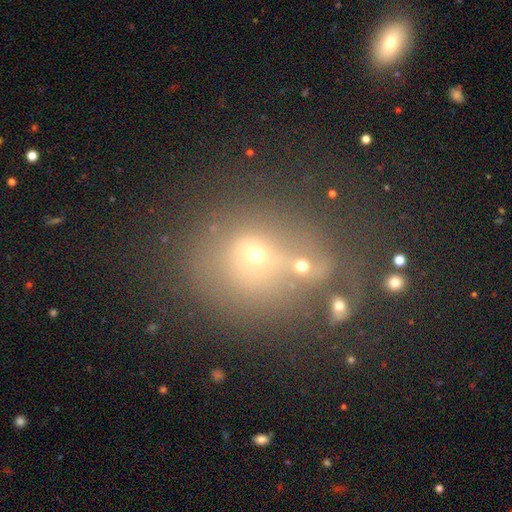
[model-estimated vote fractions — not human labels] Morphology: type=smooth (50%); merging=none (56%).